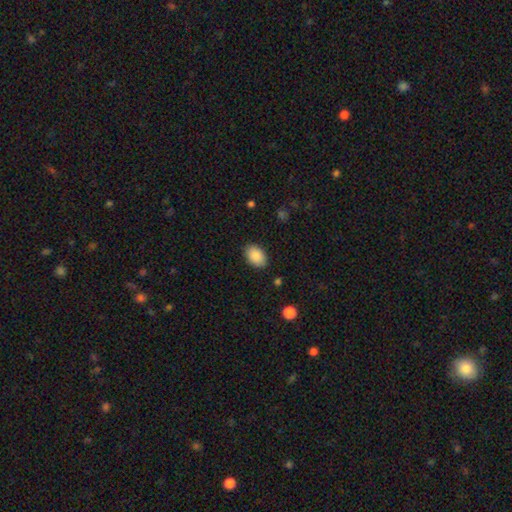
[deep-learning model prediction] This is clearly a smooth galaxy (89%). How rounded: clearly in between (88%). Merging: clearly none (87%).